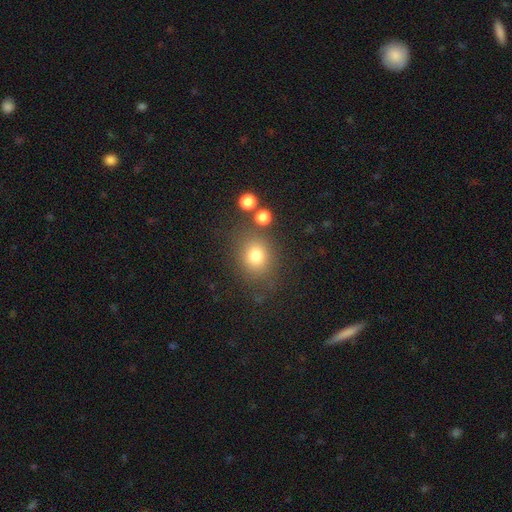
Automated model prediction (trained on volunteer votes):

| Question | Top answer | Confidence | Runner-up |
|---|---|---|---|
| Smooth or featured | smooth | 78% | star or artifact (12%) |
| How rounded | round | 67% | in between (32%) |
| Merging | none | 73% | minor disturbance (14%) |